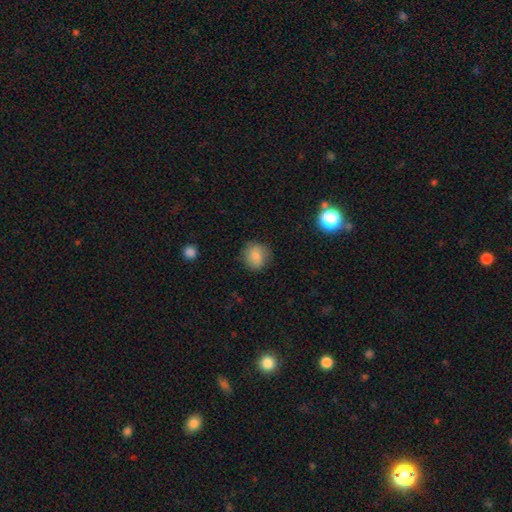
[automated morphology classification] smooth_or_featured: smooth (p=0.83) [alt: star or artifact p=0.09]
how_rounded: round (p=0.81) [alt: in between p=0.18]
merging: none (p=0.79) [alt: minor disturbance p=0.16]